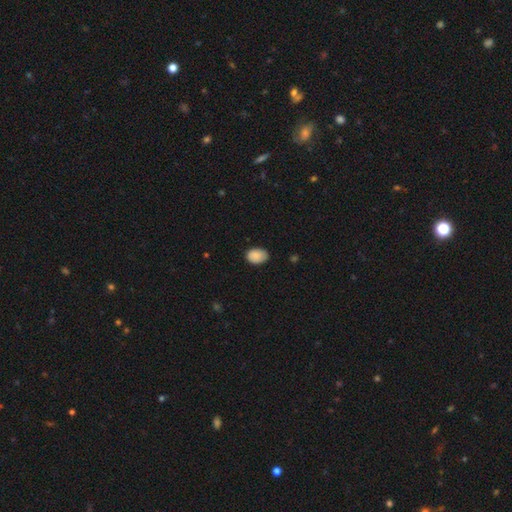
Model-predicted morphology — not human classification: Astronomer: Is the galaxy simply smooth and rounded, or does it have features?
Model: smooth — 87%.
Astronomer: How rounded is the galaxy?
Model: in between — 81%.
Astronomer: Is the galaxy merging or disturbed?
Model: none — 76%.